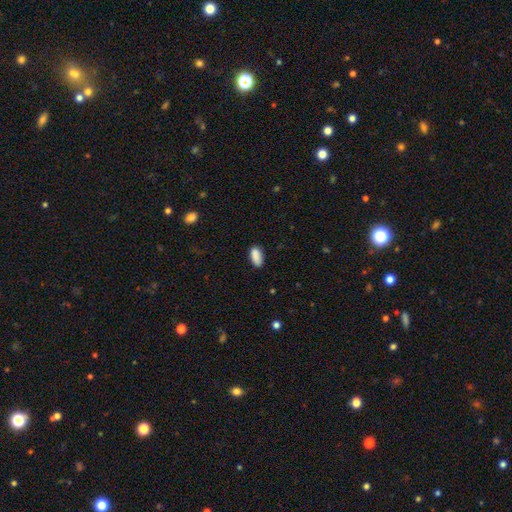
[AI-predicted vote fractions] This appears to be a smooth galaxy with no disk features (88%) that is in between round and cigar-shaped (87%). Merging: none (81%).